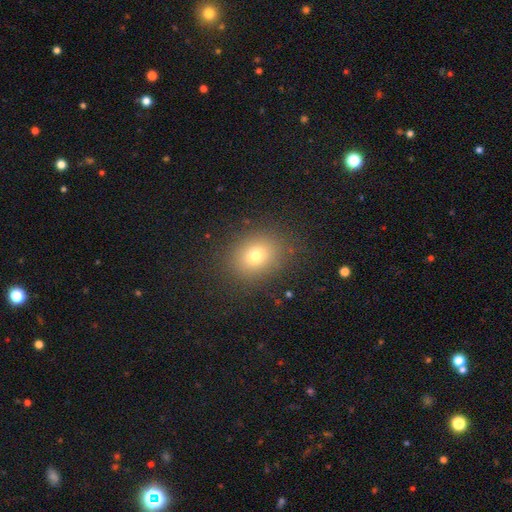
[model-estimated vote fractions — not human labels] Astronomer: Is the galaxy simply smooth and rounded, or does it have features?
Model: smooth — 73%.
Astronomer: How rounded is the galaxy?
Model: round — 60% (runner-up: in between, 39%).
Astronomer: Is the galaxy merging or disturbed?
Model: none — 86%.